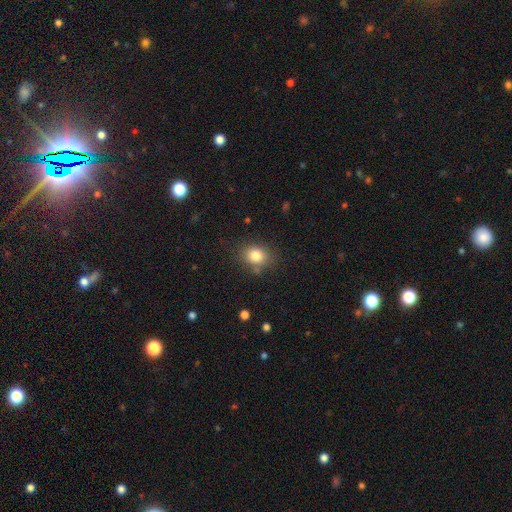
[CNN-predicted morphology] smooth-or-featured: smooth: 82% | star or artifact: 11% | featured or disk: 7%
  how-rounded: round: 51% | in between: 48% | cigar-shaped: 1%
  merging: none: 79% | minor disturbance: 13% | major disturbance: 4% | merger: 4%